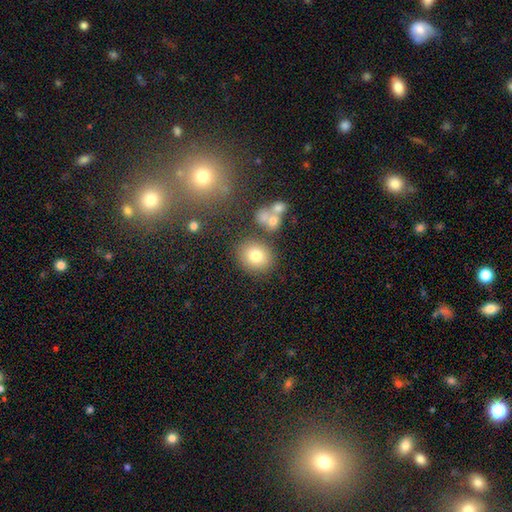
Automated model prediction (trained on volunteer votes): Smooth or featured: smooth — 77% (featured or disk — 11%)
How rounded: round — 74% (in between — 25%)
Merging: none — 77% (minor disturbance — 10%)